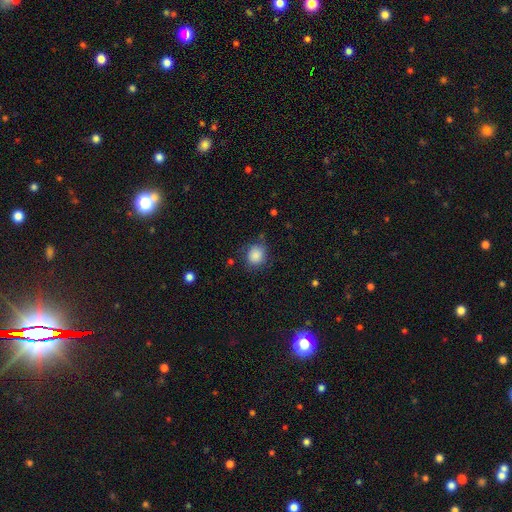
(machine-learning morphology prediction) smooth-or-featured: smooth: 85% | star or artifact: 9% | featured or disk: 7%
  how-rounded: round: 70% | in between: 29% | cigar-shaped: 1%
  merging: none: 69% | minor disturbance: 22% | major disturbance: 7% | merger: 2%